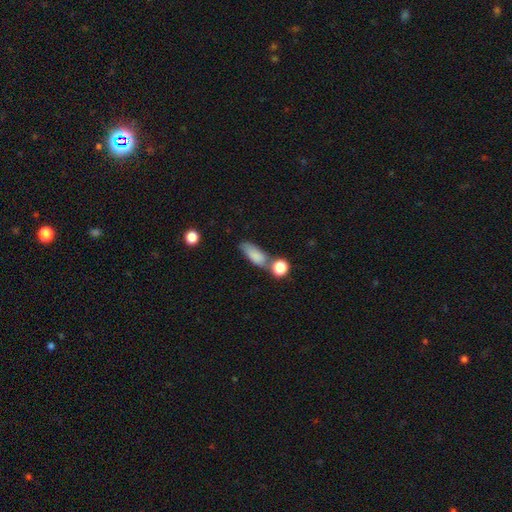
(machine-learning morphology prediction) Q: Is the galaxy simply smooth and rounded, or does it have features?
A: smooth — 81%.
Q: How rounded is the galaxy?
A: in between — 71%.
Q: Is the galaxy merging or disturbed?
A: none — 48%.